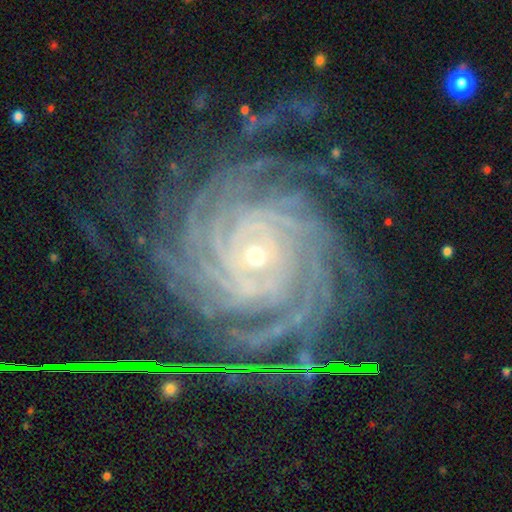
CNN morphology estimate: A featured or disk galaxy (91%) with no bar (68%), more than 4 (42%) tight (85%) spiral arms (99%) and a small central bulge (77%). Merging: none (75%).